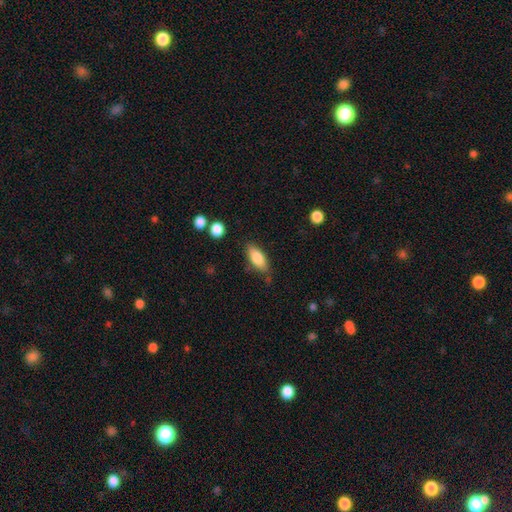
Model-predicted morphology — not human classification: Q: Smooth or featured?
A: smooth (81%); runner-up: featured or disk (12%)
Q: How rounded?
A: in between (80%); runner-up: cigar-shaped (17%)
Q: Merging?
A: none (72%); runner-up: minor disturbance (20%)